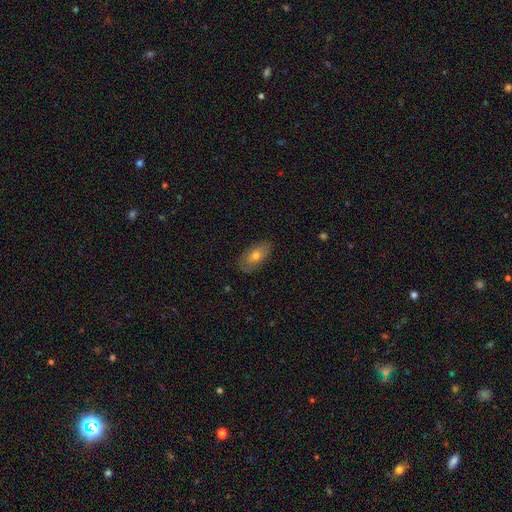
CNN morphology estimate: smooth 66%, featured or disk 27%, star or artifact 8%. Down the decision tree: how rounded — in between (90%); merging — none (82%).